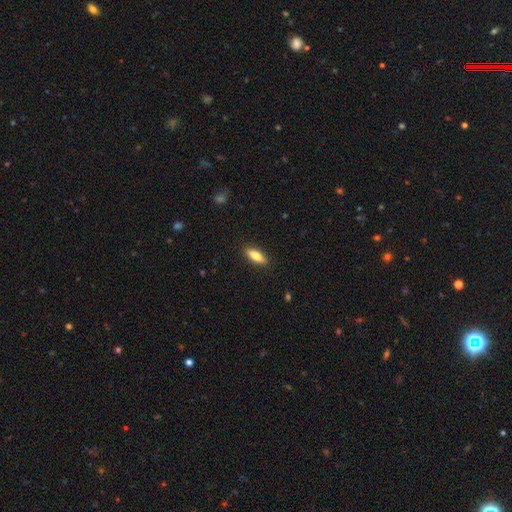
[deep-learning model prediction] smooth_or_featured: smooth (p=0.71) [alt: featured or disk p=0.23]
how_rounded: in between (p=0.57) [alt: cigar-shaped p=0.40]
merging: none (p=0.89) [alt: minor disturbance p=0.08]